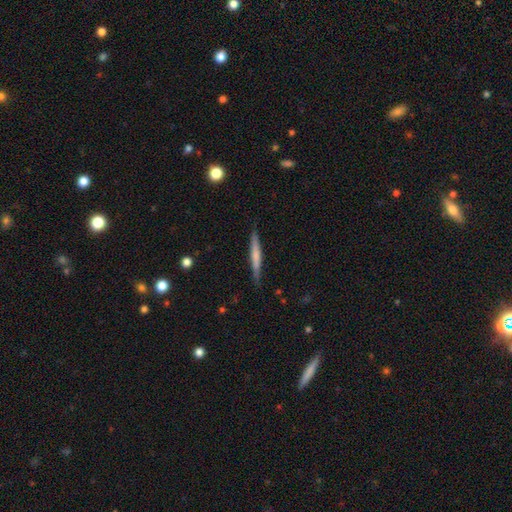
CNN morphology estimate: smooth 58%, featured or disk 36%, star or artifact 6%. Down the decision tree: how rounded — cigar-shaped (95%); merging — none (86%).